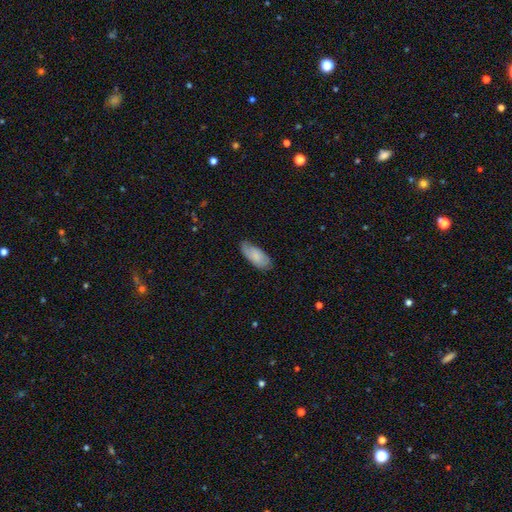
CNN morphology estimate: A smooth galaxy with no disk features (69%) that is in between round and cigar-shaped (87%). Merging: none (69%).